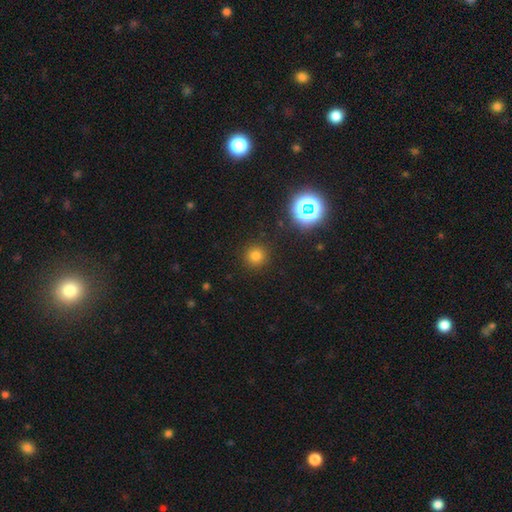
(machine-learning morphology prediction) type=smooth (76%); roundness=round (94%); merging=none (90%).